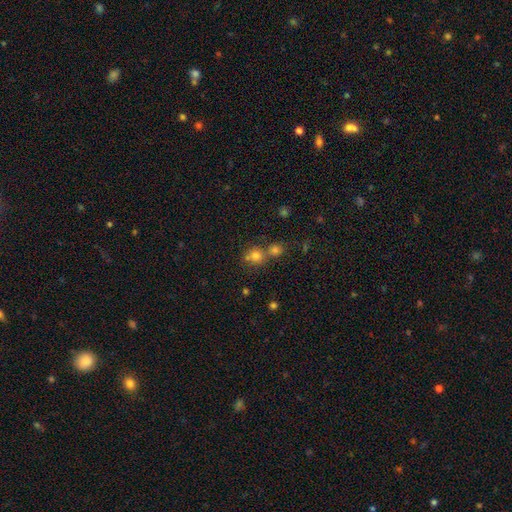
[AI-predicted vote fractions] A smooth galaxy with no disk features (70%) that is round (83%). Merging: none (49%).